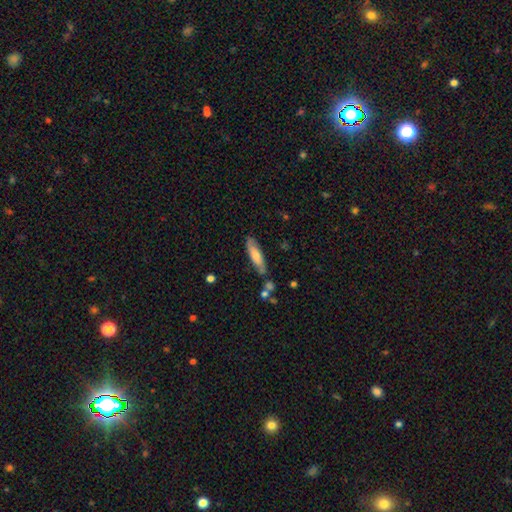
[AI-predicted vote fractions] A smooth galaxy with no disk features (65%) that is cigar-shaped (65%). Merging: none (73%).